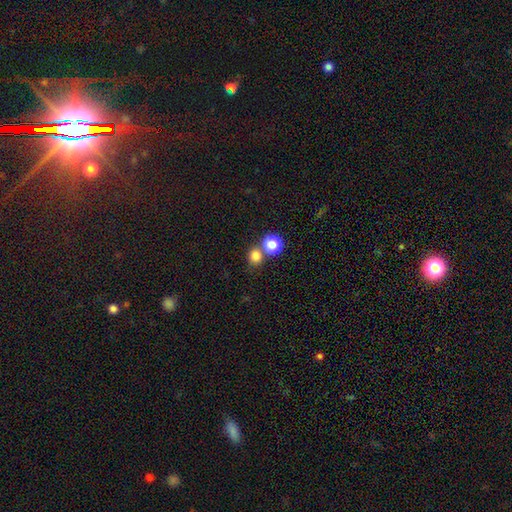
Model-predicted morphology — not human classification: smooth-or-featured: smooth: 80% | star or artifact: 14% | featured or disk: 6%
  how-rounded: round: 86% | in between: 13% | cigar-shaped: 1%
  merging: none: 62% | merger: 29% | minor disturbance: 7% | major disturbance: 3%